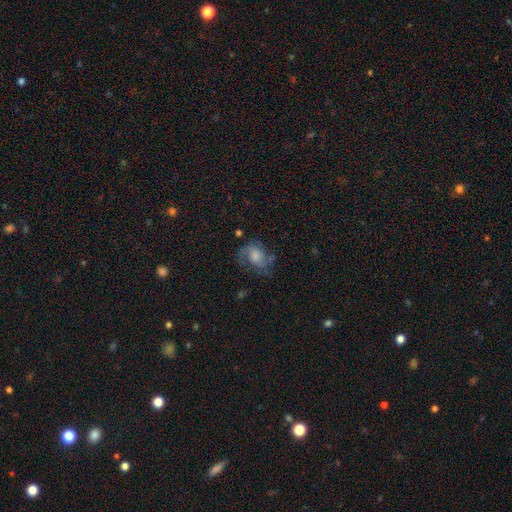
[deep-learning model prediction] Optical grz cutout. It shows a featured or disk galaxy (57%) with no bar (70%), spiral arms (84%) and a moderate central bulge (32%). Merging: none (55%).